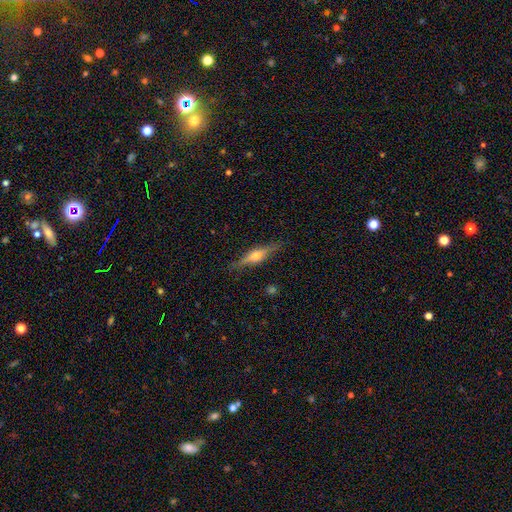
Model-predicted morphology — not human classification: The model was most divided on "smooth or featured": featured or disk: 66%, smooth: 27%, star or artifact: 7%. More confident: edge-on disk — yes (95%); edge-on bulge — rounded (90%); merging — none (85%).